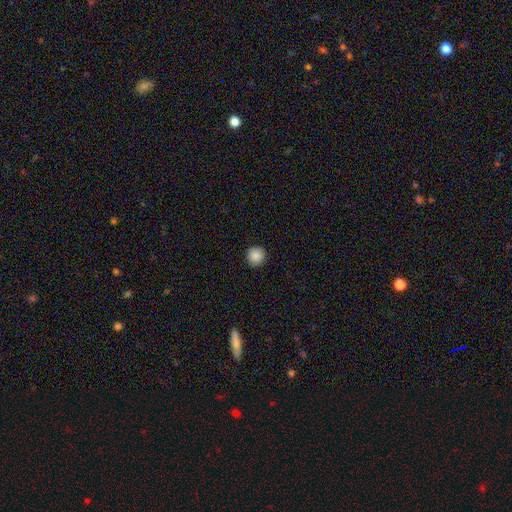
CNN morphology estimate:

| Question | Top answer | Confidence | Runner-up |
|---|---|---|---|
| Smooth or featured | smooth | 88% | star or artifact (9%) |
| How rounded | round | 95% | in between (4%) |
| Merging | none | 93% | minor disturbance (5%) |